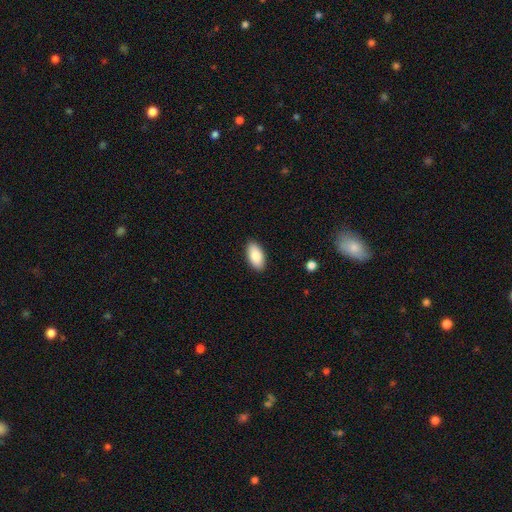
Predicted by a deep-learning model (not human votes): Smooth or featured?
  - smooth: 83% *
  - featured or disk: 10%
  - star or artifact: 6%
How rounded?
  - in between: 93% *
  - cigar-shaped: 4%
  - round: 3%
Merging?
  - none: 89% *
  - minor disturbance: 8%
  - major disturbance: 2%
  - merger: 1%